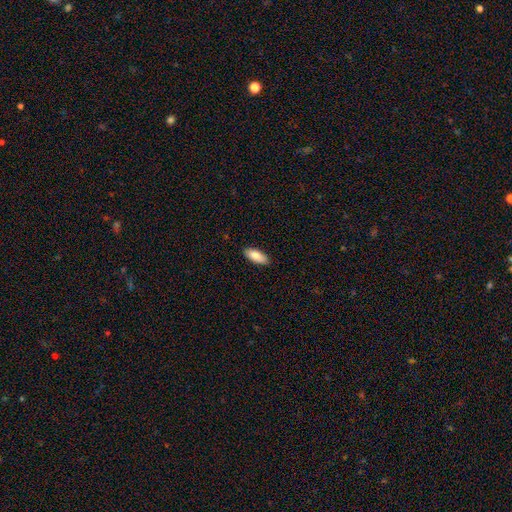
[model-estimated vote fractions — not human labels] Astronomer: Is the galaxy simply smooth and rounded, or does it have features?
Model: smooth — 82%.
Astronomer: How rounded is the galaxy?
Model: in between — 82%.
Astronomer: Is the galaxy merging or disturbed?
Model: none — 89%.